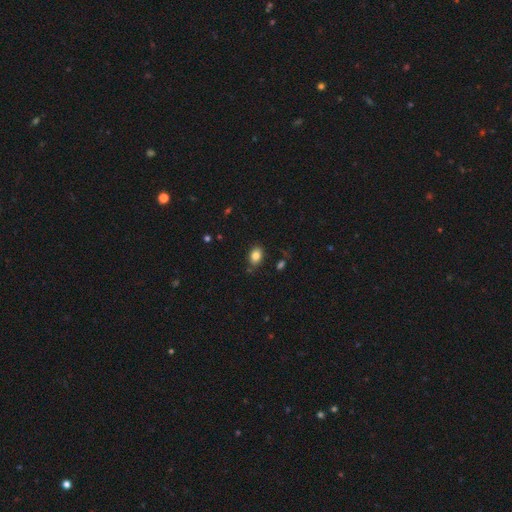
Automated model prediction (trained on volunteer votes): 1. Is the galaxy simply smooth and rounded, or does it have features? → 83% smooth, 10% star or artifact, 7% featured or disk.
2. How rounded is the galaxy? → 75% in between, 23% round, 1% cigar-shaped.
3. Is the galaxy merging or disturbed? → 82% none, 12% minor disturbance, 3% merger, 3% major disturbance.